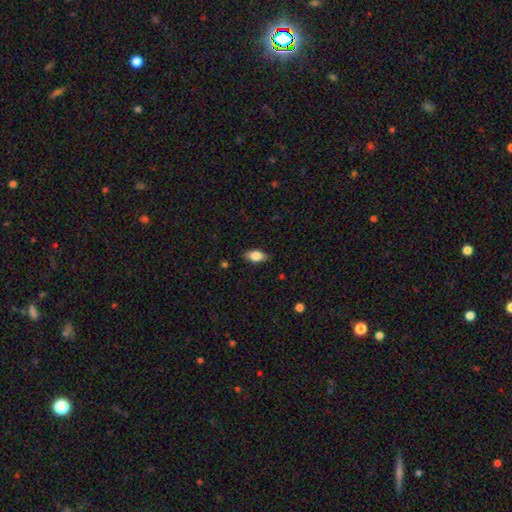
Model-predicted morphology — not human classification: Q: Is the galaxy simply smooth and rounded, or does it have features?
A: smooth — 79%.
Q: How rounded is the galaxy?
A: in between — 88%.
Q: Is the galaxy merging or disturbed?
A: none — 84%.